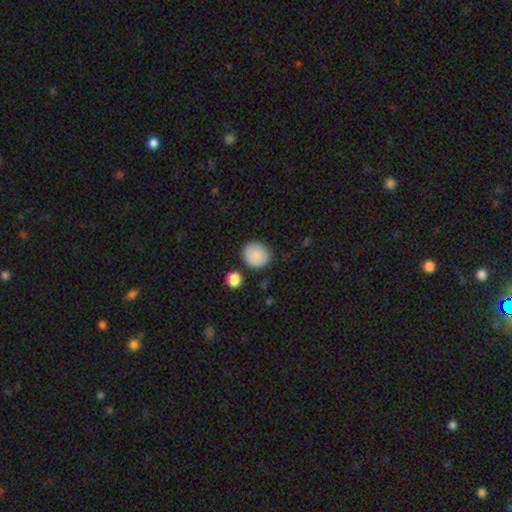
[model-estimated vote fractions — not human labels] A smooth galaxy with no disk features (88%) that is round (88%).

Vote fractions:
- Smooth or featured? smooth: 88% / star or artifact: 8% / featured or disk: 4%
- How rounded? round: 88% / in between: 11% / cigar-shaped: 1%
- Merging? none: 84% / minor disturbance: 10% / merger: 3% / major disturbance: 3%